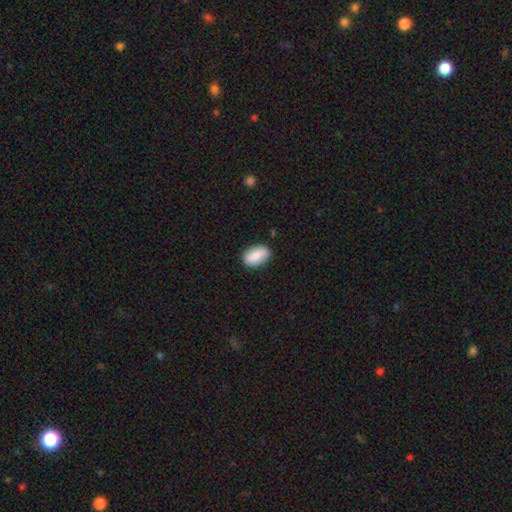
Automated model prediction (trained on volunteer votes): Smooth or featured? smooth (85%)
How rounded? in between (91%)
Merging? none (84%)